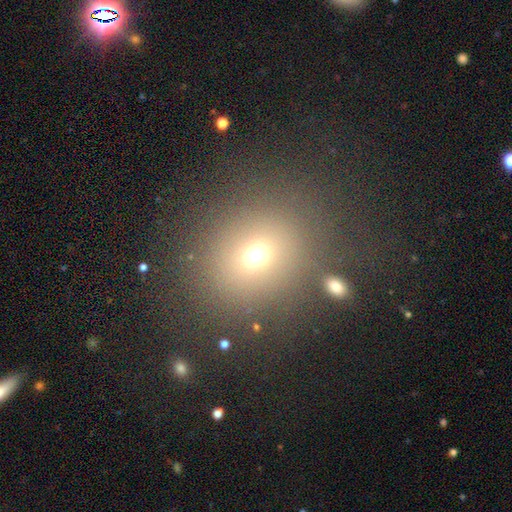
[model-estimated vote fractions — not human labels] Smooth or featured?
  - smooth: 67% *
  - star or artifact: 23%
  - featured or disk: 11%
How rounded?
  - round: 71% *
  - in between: 27%
  - cigar-shaped: 1%
Merging?
  - none: 79% *
  - minor disturbance: 9%
  - major disturbance: 6%
  - merger: 5%